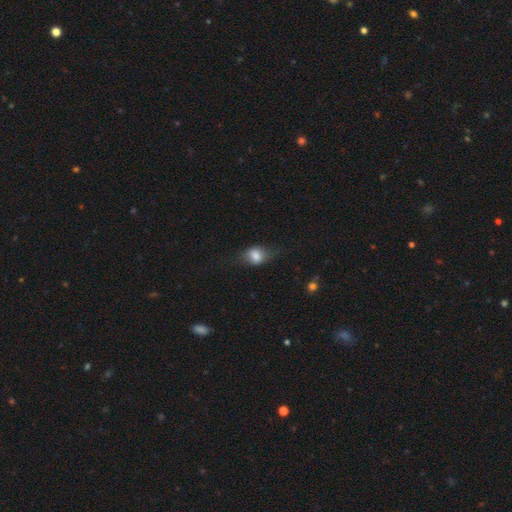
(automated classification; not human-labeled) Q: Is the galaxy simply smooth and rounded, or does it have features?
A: smooth — 69%.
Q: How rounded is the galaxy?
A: in between — 58%.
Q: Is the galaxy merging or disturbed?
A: none — 58%.